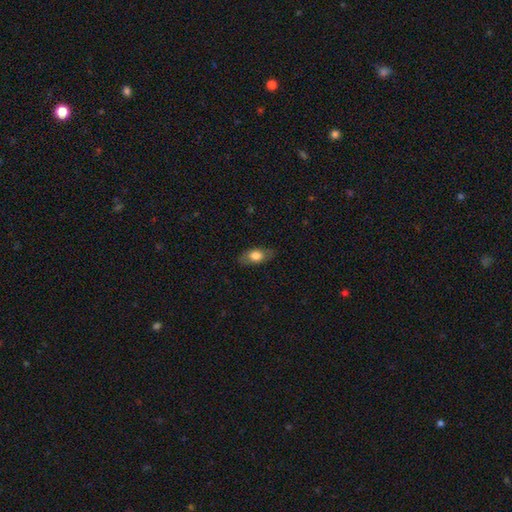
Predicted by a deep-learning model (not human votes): Q: Smooth or featured?
A: smooth (70%); runner-up: featured or disk (23%)
Q: How rounded?
A: in between (83%); runner-up: cigar-shaped (9%)
Q: Merging?
A: none (81%); runner-up: minor disturbance (14%)